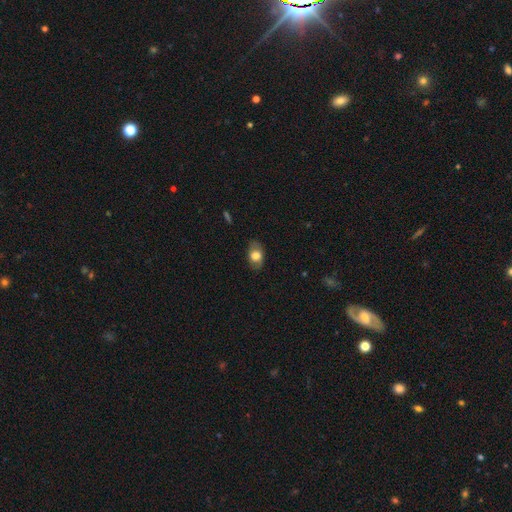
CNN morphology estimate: Smooth or featured: smooth — 72% (featured or disk — 20%)
How rounded: in between — 86% (round — 12%)
Merging: none — 80% (minor disturbance — 16%)